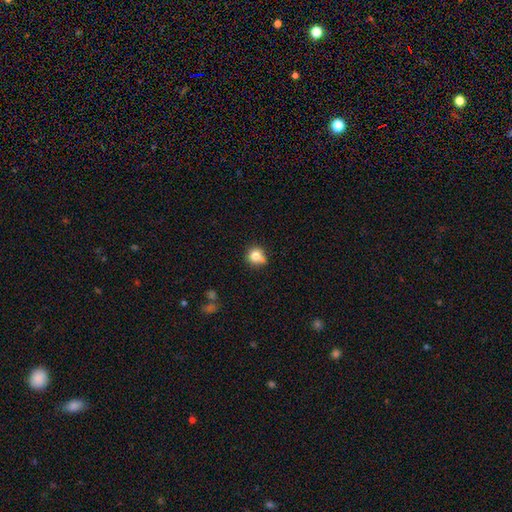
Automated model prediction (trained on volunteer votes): This is likely a smooth galaxy (79%). How rounded: clearly round (88%). Merging: likely none (61%).